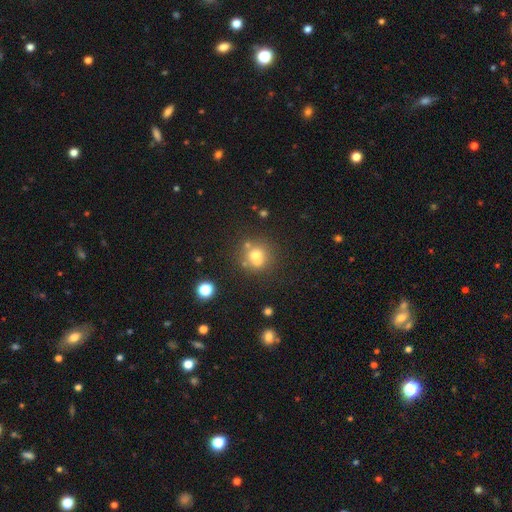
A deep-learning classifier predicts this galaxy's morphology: This appears to be a smooth galaxy with no disk features (65%) that is round (90%). Merging: none (60%).